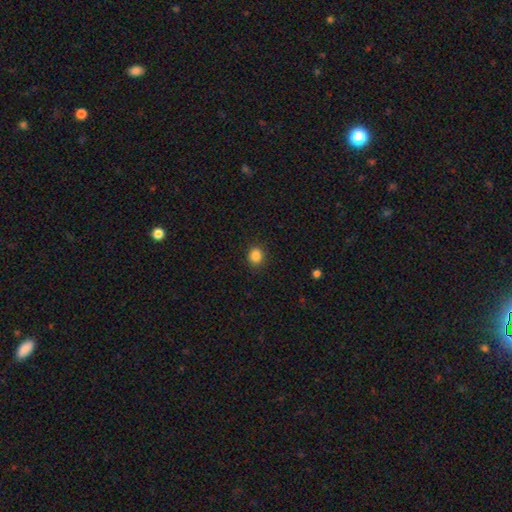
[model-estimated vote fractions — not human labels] A smooth galaxy with no disk features (86%) that is round (78%).

Vote fractions:
- Smooth or featured? smooth: 86% / star or artifact: 11% / featured or disk: 4%
- How rounded? round: 78% / in between: 21% / cigar-shaped: 1%
- Merging? none: 90% / minor disturbance: 7% / major disturbance: 2% / merger: 1%